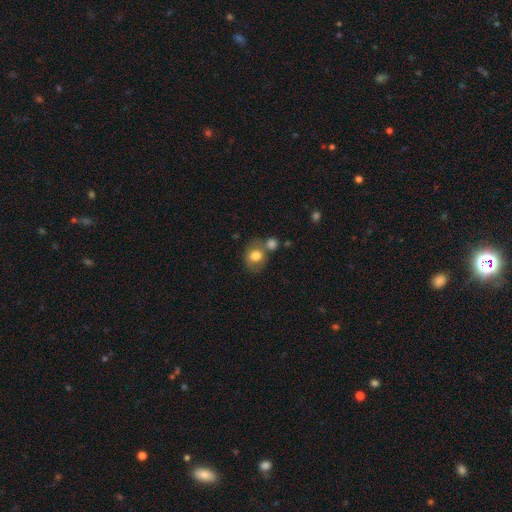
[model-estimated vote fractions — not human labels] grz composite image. It shows a smooth galaxy with no disk features (76%) that is round (59%). Merging: none (50%).